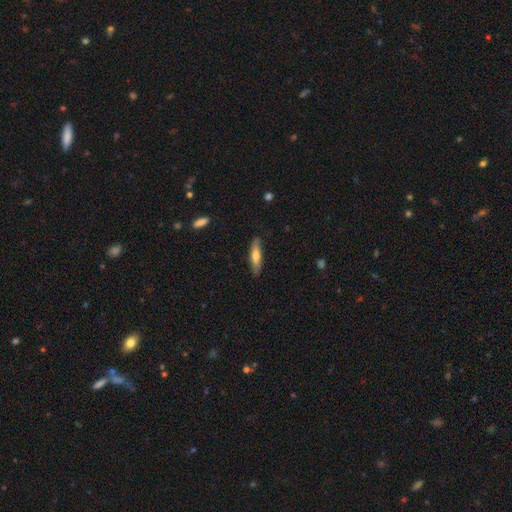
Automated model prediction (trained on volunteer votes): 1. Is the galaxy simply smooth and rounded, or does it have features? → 62% smooth, 32% featured or disk, 6% star or artifact.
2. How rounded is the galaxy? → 78% cigar-shaped, 20% in between, 2% round.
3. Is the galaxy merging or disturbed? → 85% none, 12% minor disturbance, 2% major disturbance, 1% merger.